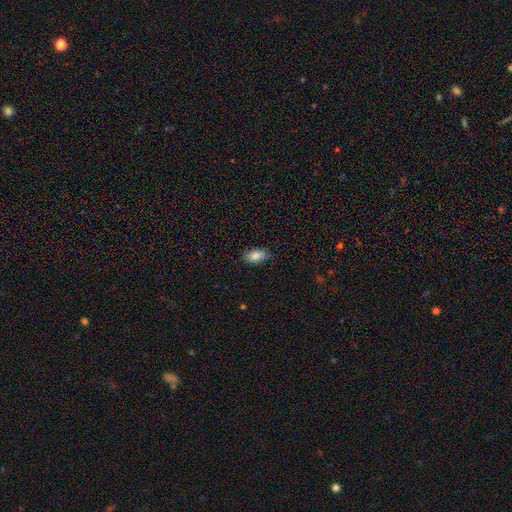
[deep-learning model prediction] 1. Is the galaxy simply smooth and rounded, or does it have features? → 86% smooth, 7% star or artifact, 6% featured or disk.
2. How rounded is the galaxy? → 93% in between, 4% round, 3% cigar-shaped.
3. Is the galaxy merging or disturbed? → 85% none, 12% minor disturbance, 2% major disturbance, 1% merger.